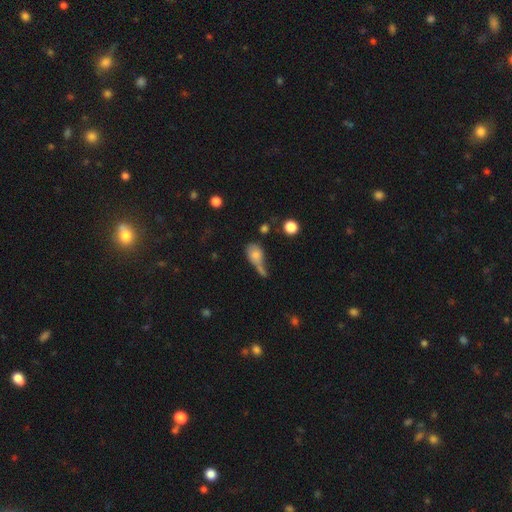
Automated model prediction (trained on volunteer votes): A smooth galaxy with no disk features (70%) that is in between round and cigar-shaped (69%).

Vote fractions:
- Smooth or featured? smooth: 70% / featured or disk: 19% / star or artifact: 11%
- How rounded? in between: 69% / round: 25% / cigar-shaped: 7%
- Merging? merger: 37% / none: 25% / major disturbance: 21% / minor disturbance: 18%